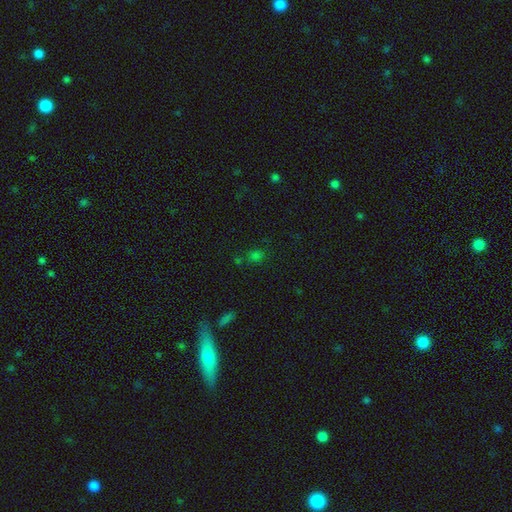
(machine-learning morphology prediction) A smooth galaxy with no disk features (64%) that is round (56%).

Vote fractions:
- Smooth or featured? smooth: 64% / star or artifact: 31% / featured or disk: 5%
- How rounded? round: 56% / in between: 42% / cigar-shaped: 2%
- Merging? none: 66% / minor disturbance: 15% / merger: 13% / major disturbance: 6%